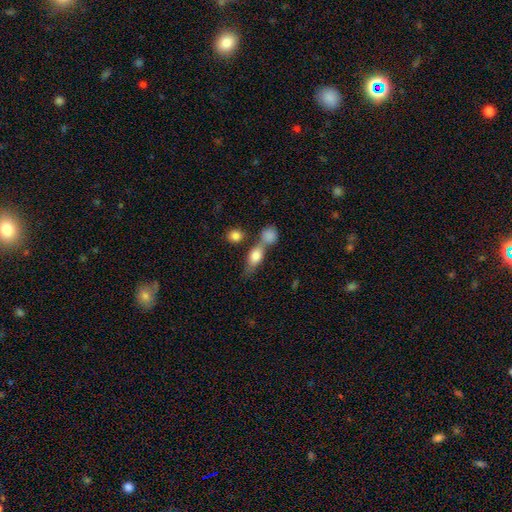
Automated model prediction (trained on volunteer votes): Overall: smooth (73%). How rounded: in between (67%). Merging: merger (41%, tied with none).